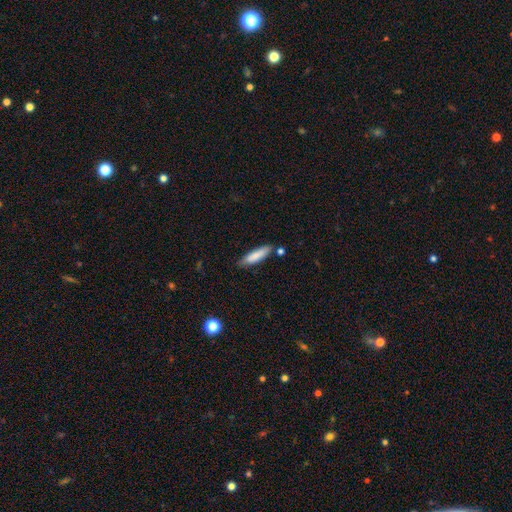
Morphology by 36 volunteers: type=smooth (83%); roundness=cigar-shaped (73%); merging=none (77%).